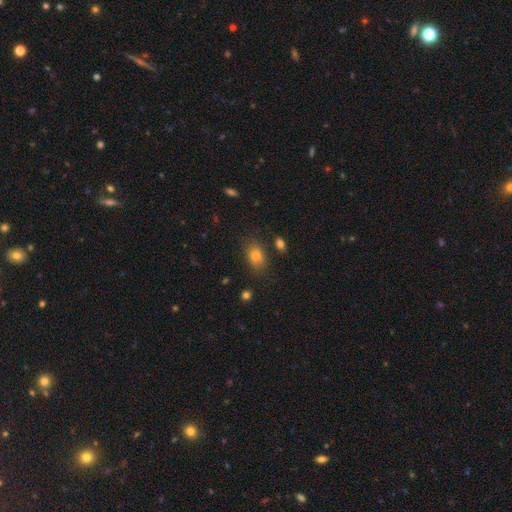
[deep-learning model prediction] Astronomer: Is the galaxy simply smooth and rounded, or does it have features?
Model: smooth — 80%.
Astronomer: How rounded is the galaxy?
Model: in between — 80%.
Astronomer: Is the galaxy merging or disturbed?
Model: none — 78%.